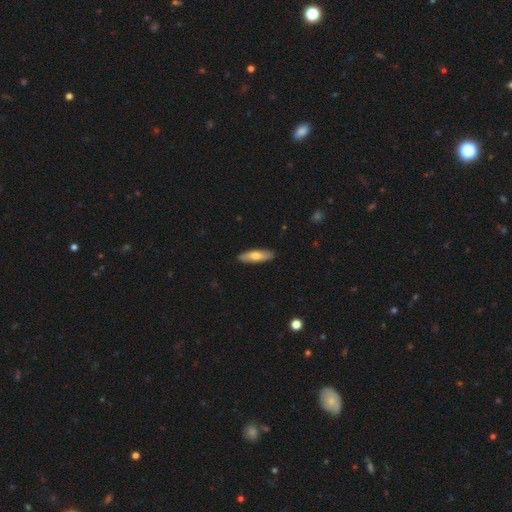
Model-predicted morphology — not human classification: smooth 64%, featured or disk 30%, star or artifact 5%. Down the decision tree: how rounded — cigar-shaped (51%); merging — none (89%).